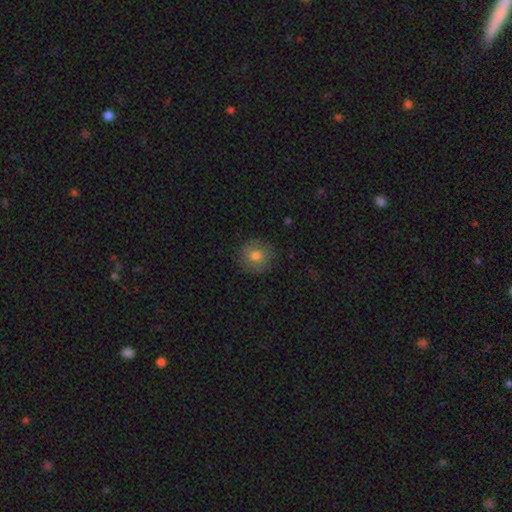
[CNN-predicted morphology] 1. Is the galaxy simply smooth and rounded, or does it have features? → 77% smooth, 13% featured or disk, 10% star or artifact.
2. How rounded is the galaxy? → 90% round, 9% in between, 1% cigar-shaped.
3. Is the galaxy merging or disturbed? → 85% none, 11% minor disturbance, 3% major disturbance, 1% merger.